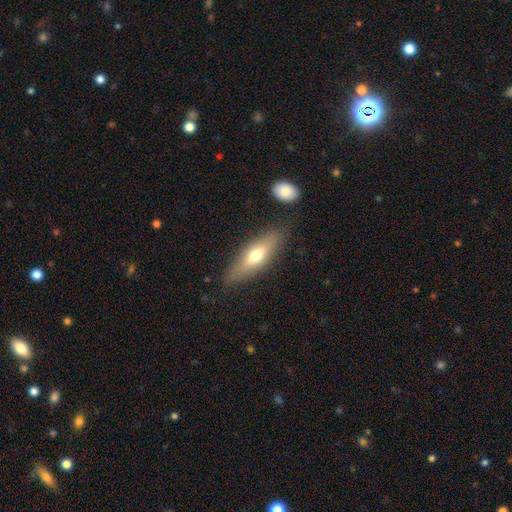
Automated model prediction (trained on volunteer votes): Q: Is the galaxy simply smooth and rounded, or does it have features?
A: smooth — 60%.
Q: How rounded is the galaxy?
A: in between — 53%.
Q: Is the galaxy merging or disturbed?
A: none — 80%.